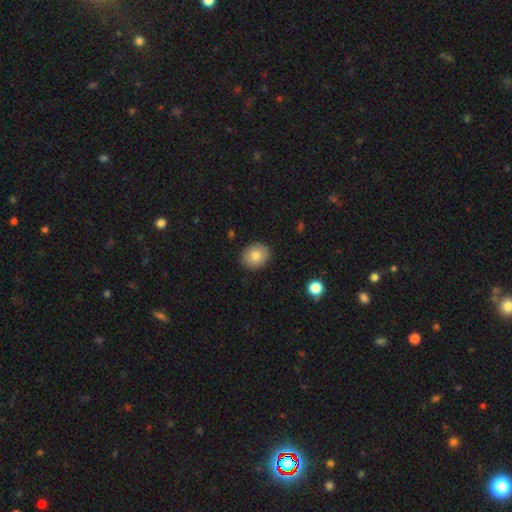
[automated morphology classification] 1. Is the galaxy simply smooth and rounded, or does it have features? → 81% smooth, 11% featured or disk, 8% star or artifact.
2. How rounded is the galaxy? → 58% round, 41% in between, 1% cigar-shaped.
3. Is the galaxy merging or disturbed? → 89% none, 8% minor disturbance, 2% major disturbance, 1% merger.